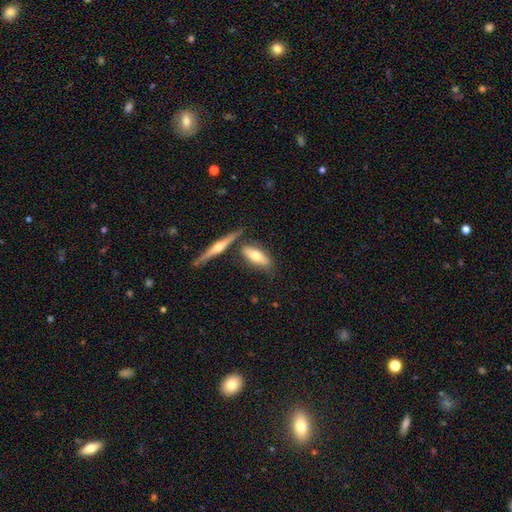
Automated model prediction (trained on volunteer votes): A smooth galaxy with no disk features (57%) that is in between round and cigar-shaped (61%). Merging: none (65%).